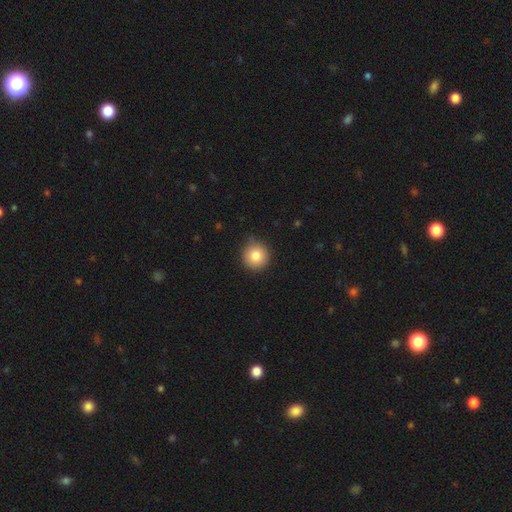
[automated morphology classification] A smooth galaxy with no disk features (82%) that is round (95%). Merging: none (84%).